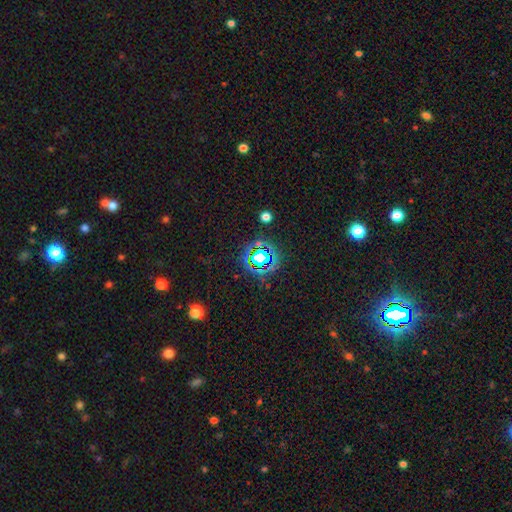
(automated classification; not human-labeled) A star or artifact, not a galaxy (71%).